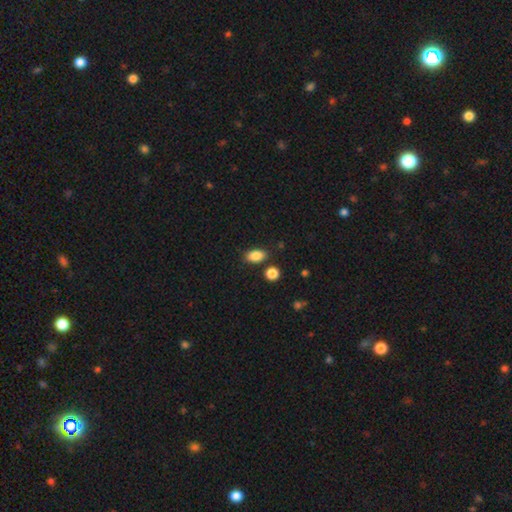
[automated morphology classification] Smooth or featured: smooth — 86% (star or artifact — 9%)
How rounded: in between — 87% (round — 10%)
Merging: none — 81% (minor disturbance — 11%)